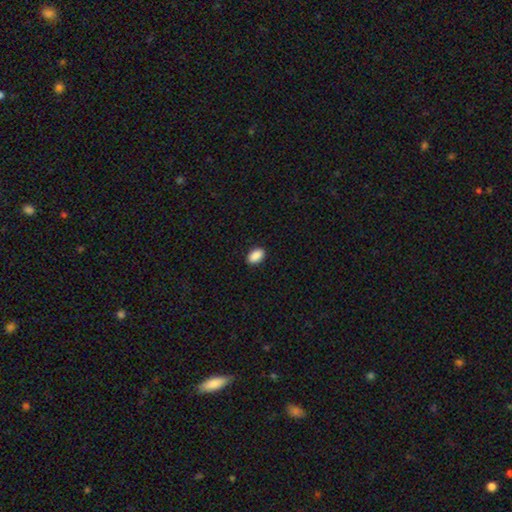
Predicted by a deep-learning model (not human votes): smooth_or_featured: smooth (p=0.90) [alt: star or artifact p=0.07]
how_rounded: in between (p=0.92) [alt: round p=0.06]
merging: none (p=0.90) [alt: minor disturbance p=0.07]